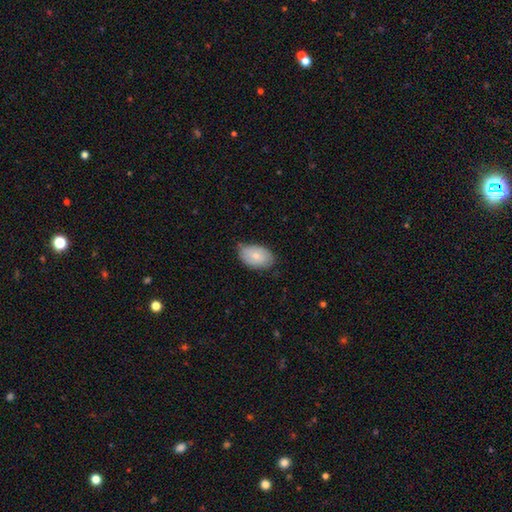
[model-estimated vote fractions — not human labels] Smooth or featured?
  - smooth: 76% *
  - featured or disk: 19%
  - star or artifact: 6%
How rounded?
  - in between: 92% *
  - round: 7%
  - cigar-shaped: 1%
Merging?
  - none: 69% *
  - minor disturbance: 26%
  - major disturbance: 3%
  - merger: 2%